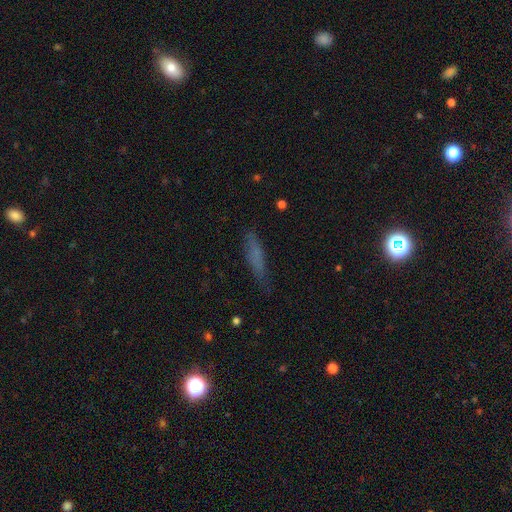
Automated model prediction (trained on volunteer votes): The model was most divided on "smooth or featured": smooth: 63%, featured or disk: 24%, star or artifact: 13%. More confident: how rounded — cigar-shaped (80%); merging — none (72%).